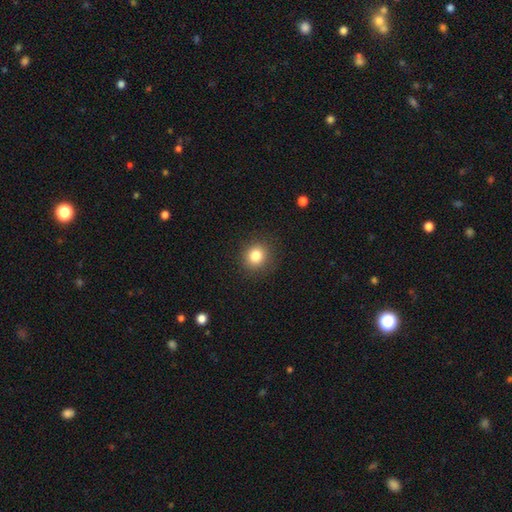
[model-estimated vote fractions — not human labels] Smooth or featured? smooth (83%)
How rounded? round (84%)
Merging? none (90%)